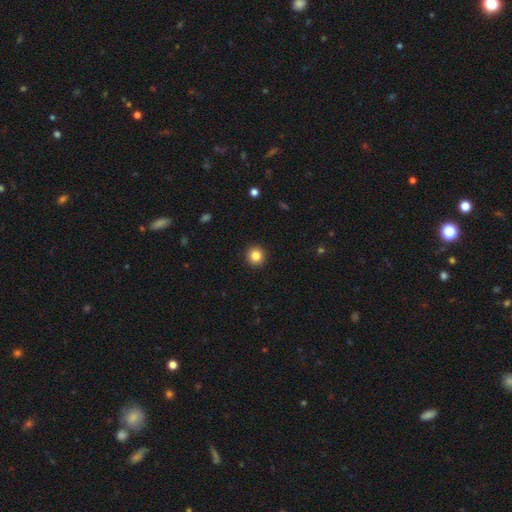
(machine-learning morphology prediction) Overall: smooth (84%). How rounded: round (95%). Merging: none (93%).